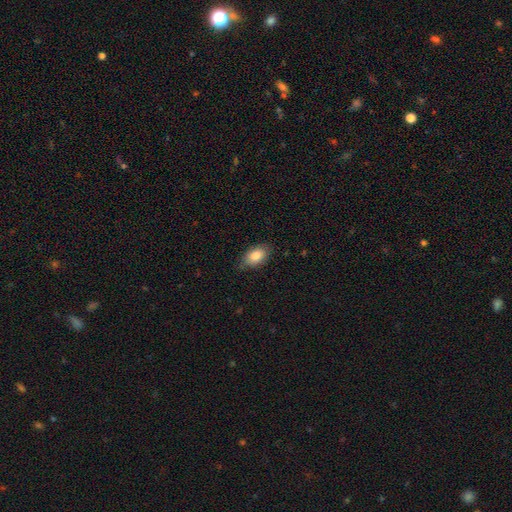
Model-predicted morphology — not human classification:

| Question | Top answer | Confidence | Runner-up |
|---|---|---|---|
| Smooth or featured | smooth | 84% | featured or disk (9%) |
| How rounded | in between | 88% | round (11%) |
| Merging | none | 76% | minor disturbance (19%) |